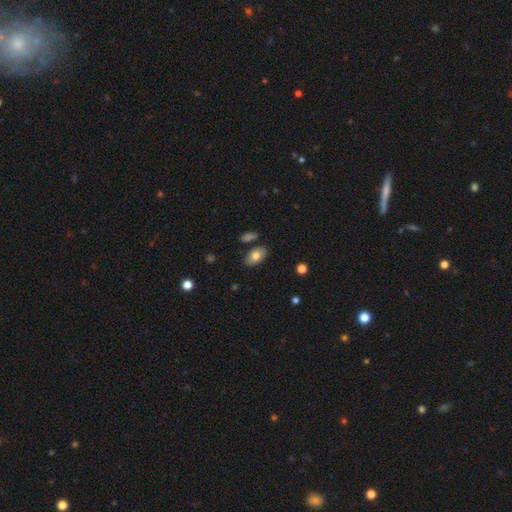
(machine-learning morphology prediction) This is likely a smooth galaxy (75%). How rounded: clearly in between (92%). Merging: likely none (80%).